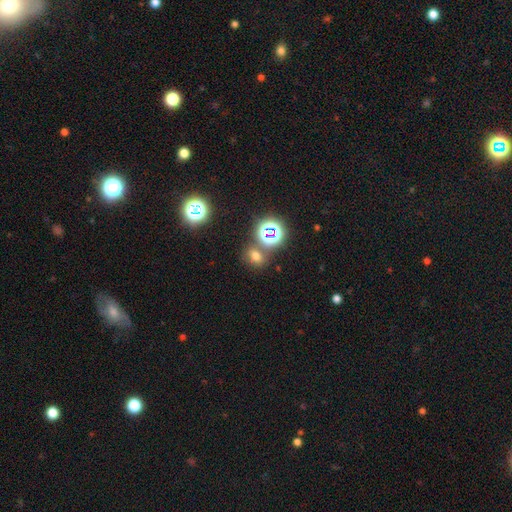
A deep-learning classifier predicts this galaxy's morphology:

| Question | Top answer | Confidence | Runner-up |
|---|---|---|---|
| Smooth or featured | smooth | 58% | star or artifact (33%) |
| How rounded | in between | 51% | round (48%) |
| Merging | none | 69% | merger (16%) |